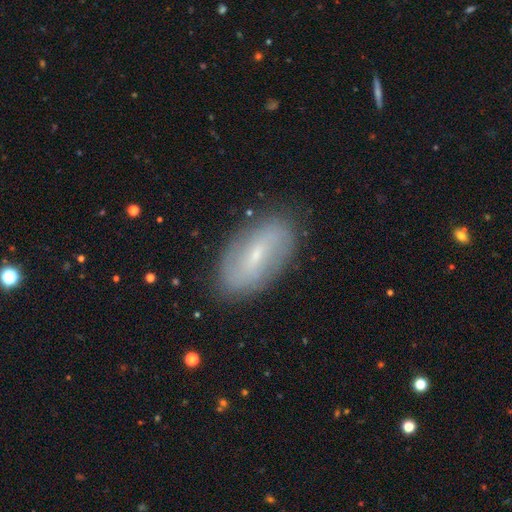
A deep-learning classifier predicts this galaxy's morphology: smooth_or_featured: featured or disk (p=0.56) [alt: smooth p=0.35]
disk_edge_on: no (p=0.90) [alt: yes p=0.10]
bar: weak (p=0.51) [alt: strong p=0.25]
has_spiral_arms: yes (p=0.65) [alt: no p=0.35]
bulge_size: small (p=0.78) [alt: moderate p=0.17]
merging: none (p=0.84) [alt: minor disturbance p=0.12]